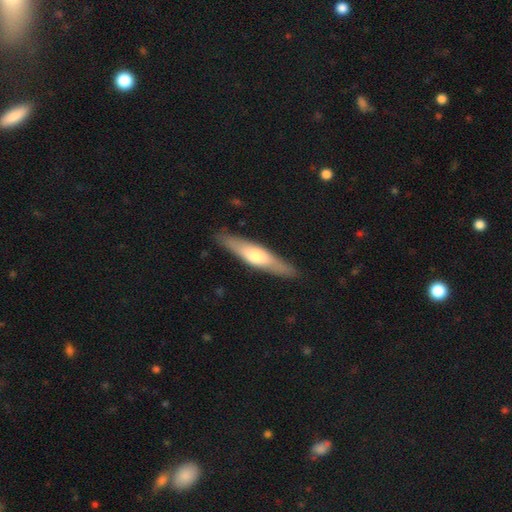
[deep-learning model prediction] This is possibly a smooth galaxy (48%). Merging: clearly none (88%).